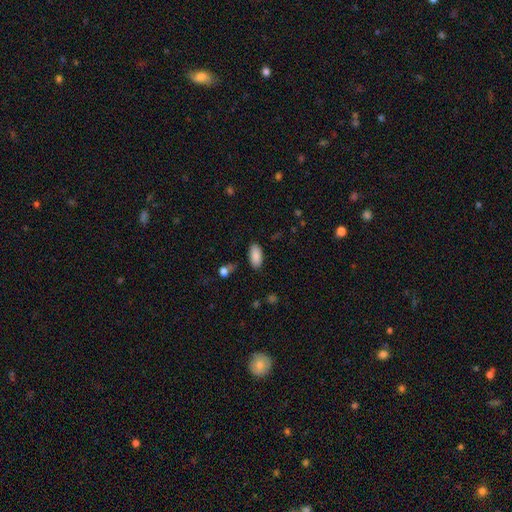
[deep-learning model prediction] Smooth or featured?
  - smooth: 88% *
  - star or artifact: 7%
  - featured or disk: 5%
How rounded?
  - in between: 93% *
  - cigar-shaped: 5%
  - round: 2%
Merging?
  - none: 84% *
  - minor disturbance: 11%
  - major disturbance: 3%
  - merger: 2%